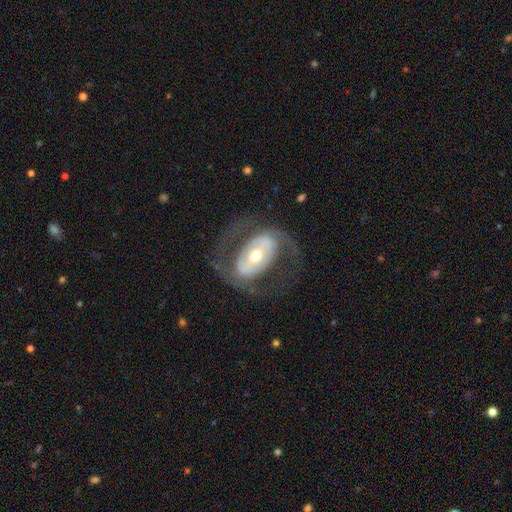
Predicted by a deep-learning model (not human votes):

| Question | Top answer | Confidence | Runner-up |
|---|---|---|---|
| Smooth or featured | featured or disk | 81% | smooth (14%) |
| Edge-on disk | no | 94% | yes (6%) |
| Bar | strong | 42% | weak (30%) |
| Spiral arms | yes | 72% | no (28%) |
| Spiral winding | medium | 49% | tight (26%) |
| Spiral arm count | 2 | 84% | can't tell (10%) |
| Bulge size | moderate | 57% | small (34%) |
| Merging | none | 67% | major disturbance (18%) |